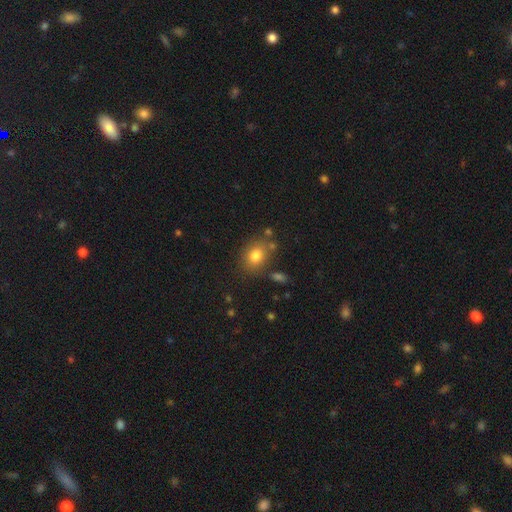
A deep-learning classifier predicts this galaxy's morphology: This is clearly a smooth galaxy (80%). How rounded: possibly in between (56%). Merging: likely none (75%).